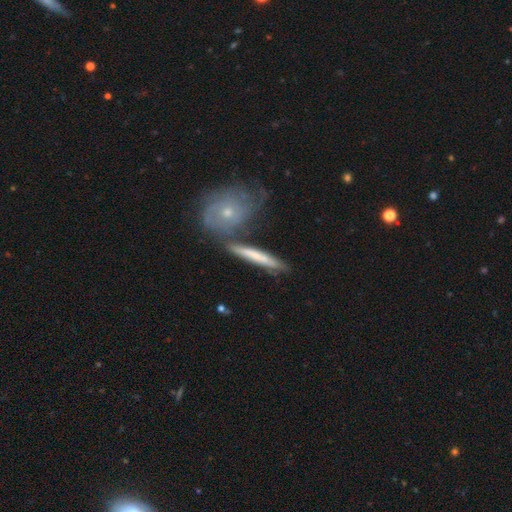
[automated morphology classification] featured or disk 51%, smooth 43%, star or artifact 7%. Down the decision tree: edge-on disk — yes (71%); merging — none (66%).